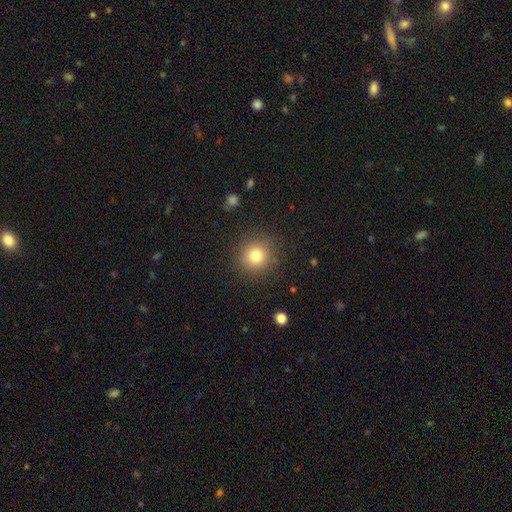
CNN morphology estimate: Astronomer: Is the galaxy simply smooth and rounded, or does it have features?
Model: smooth — 79%.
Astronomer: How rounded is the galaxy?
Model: round — 92%.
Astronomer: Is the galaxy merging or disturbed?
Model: none — 89%.